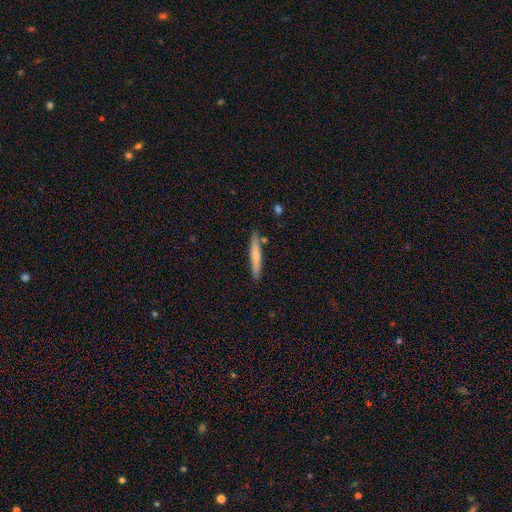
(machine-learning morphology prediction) smooth 64%, featured or disk 31%, star or artifact 5%. Down the decision tree: how rounded — cigar-shaped (93%); merging — none (85%).